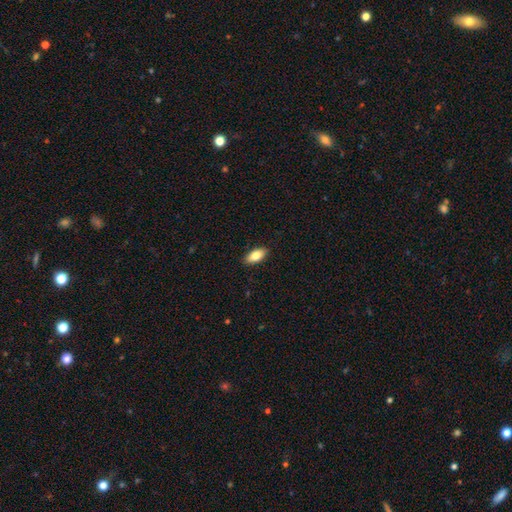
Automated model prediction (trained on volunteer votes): The model was most divided on "smooth or featured": smooth: 80%, featured or disk: 13%, star or artifact: 7%. More confident: merging — none (90%); how rounded — in between (90%).